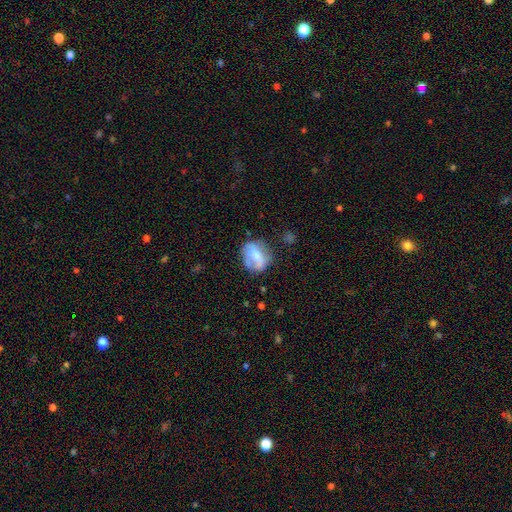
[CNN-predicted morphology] smooth 51%, featured or disk 40%, star or artifact 8%. Down the decision tree: how rounded — round (52%); merging — none (53%).